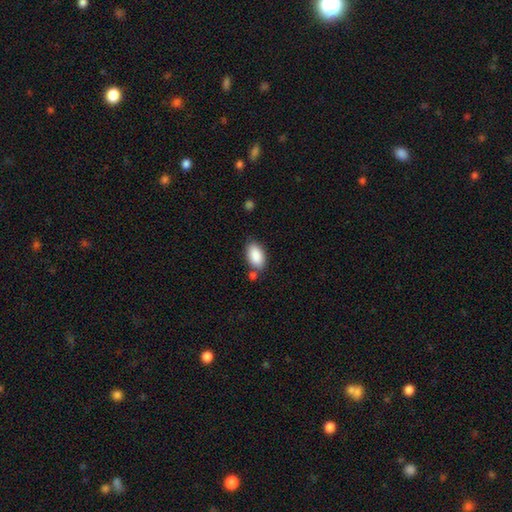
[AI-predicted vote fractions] This appears to be a smooth galaxy with no disk features (89%) that is in between round and cigar-shaped (94%). Merging: none (72%).